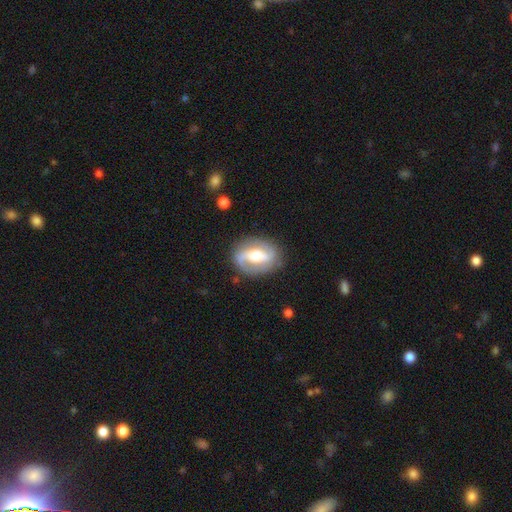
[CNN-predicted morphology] A featured or disk galaxy (77%) with a strong bar (42%), 2 (85%) medium (45%) spiral arms (82%) and a moderate central bulge (65%). Merging: none (80%).